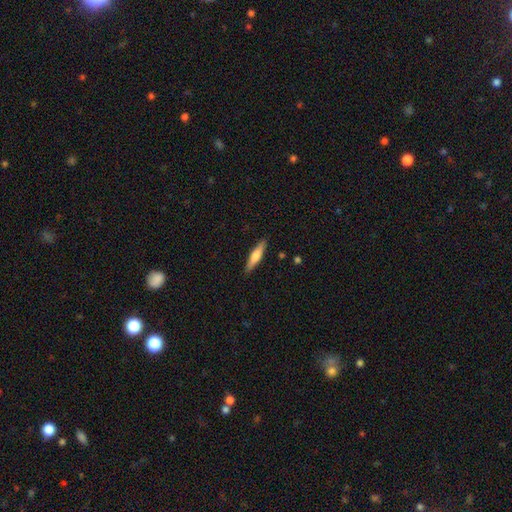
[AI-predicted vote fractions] A smooth galaxy with no disk features (56%) that is cigar-shaped (82%).

Vote fractions:
- Smooth or featured? smooth: 56% / featured or disk: 38% / star or artifact: 6%
- How rounded? cigar-shaped: 82% / in between: 16% / round: 2%
- Merging? none: 90% / minor disturbance: 7% / major disturbance: 2% / merger: 1%